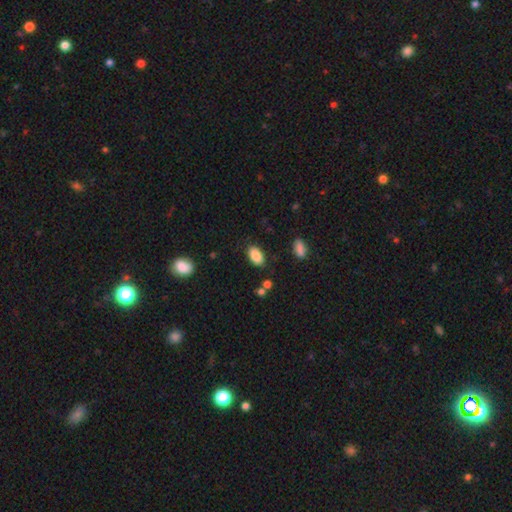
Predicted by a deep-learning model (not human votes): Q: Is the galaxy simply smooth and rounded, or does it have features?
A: smooth — 87%.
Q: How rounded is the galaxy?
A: in between — 92%.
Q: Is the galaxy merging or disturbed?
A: none — 84%.